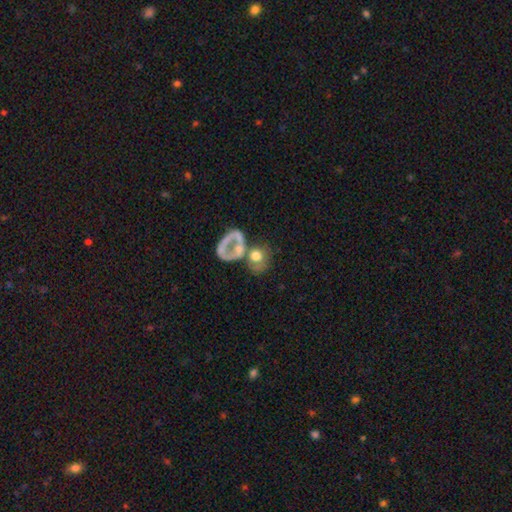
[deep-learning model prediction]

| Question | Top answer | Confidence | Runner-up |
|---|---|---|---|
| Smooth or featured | smooth | 50% | featured or disk (38%) |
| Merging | merger | 43% | none (29%) |